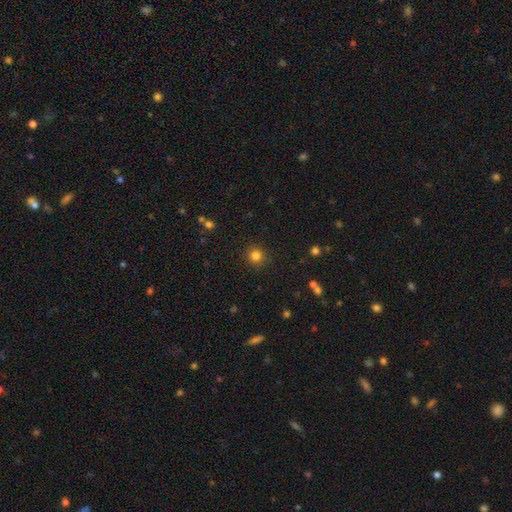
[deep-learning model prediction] Q: Smooth or featured?
A: smooth (83%); runner-up: star or artifact (13%)
Q: How rounded?
A: round (94%); runner-up: in between (6%)
Q: Merging?
A: none (91%); runner-up: minor disturbance (6%)